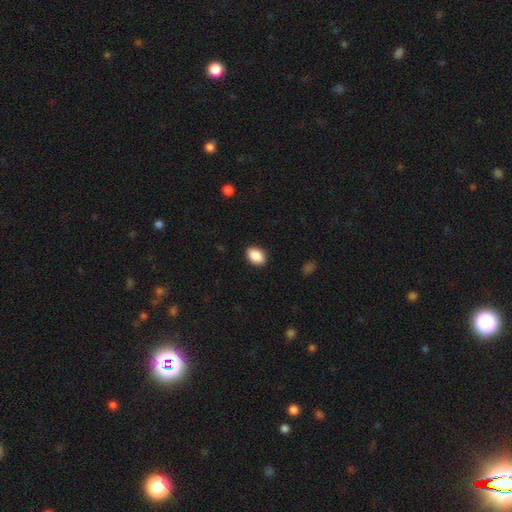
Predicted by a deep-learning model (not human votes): Morphology: type=smooth (89%); roundness=in between (86%); merging=none (90%).